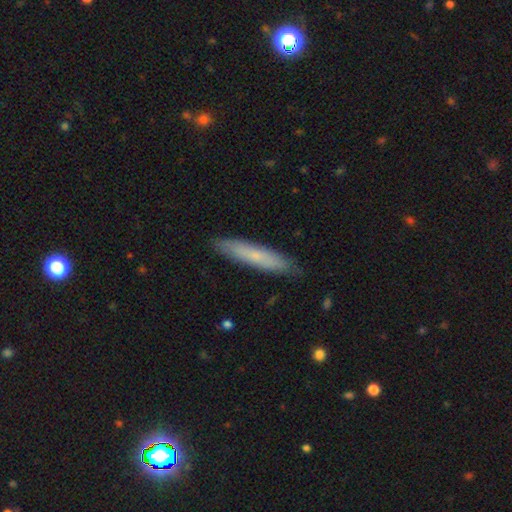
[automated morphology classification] Q: Smooth or featured?
A: smooth (68%); runner-up: featured or disk (27%)
Q: How rounded?
A: cigar-shaped (90%); runner-up: in between (9%)
Q: Merging?
A: none (88%); runner-up: minor disturbance (10%)